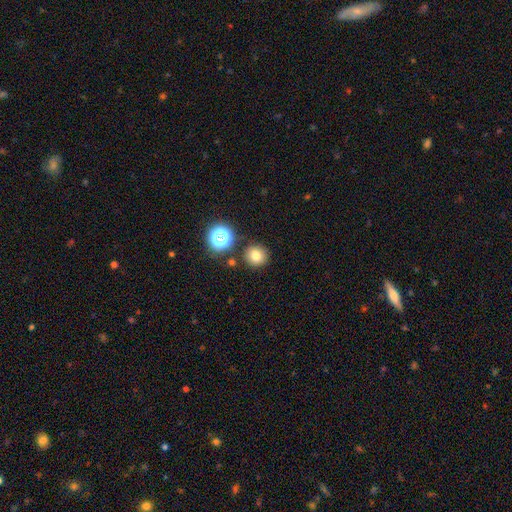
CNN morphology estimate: type=smooth (76%); roundness=round (93%); merging=none (85%).